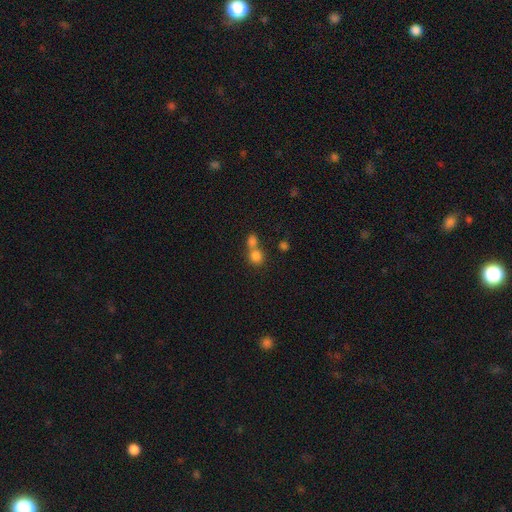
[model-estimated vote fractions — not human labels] smooth 79%, star or artifact 12%, featured or disk 8%. Down the decision tree: how rounded — round (84%); merging — merger (51%).